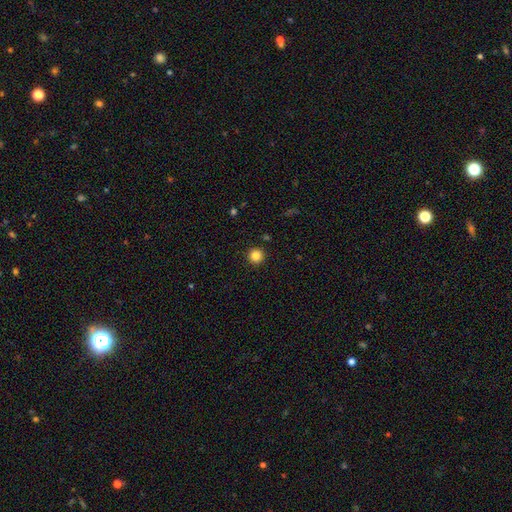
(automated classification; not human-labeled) Smooth or featured? Predicted: smooth (p=0.84). How rounded? Predicted: round (p=0.96). Merging? Predicted: none (p=0.93).